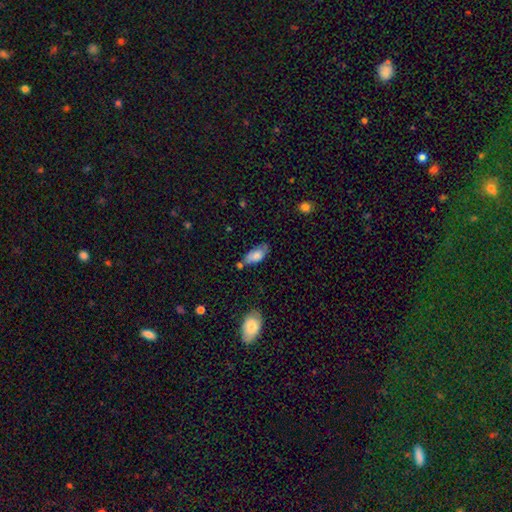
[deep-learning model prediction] smooth_or_featured: smooth (p=0.77) [alt: featured or disk p=0.16]
how_rounded: in between (p=0.87) [alt: cigar-shaped p=0.10]
merging: none (p=0.53) [alt: minor disturbance p=0.30]